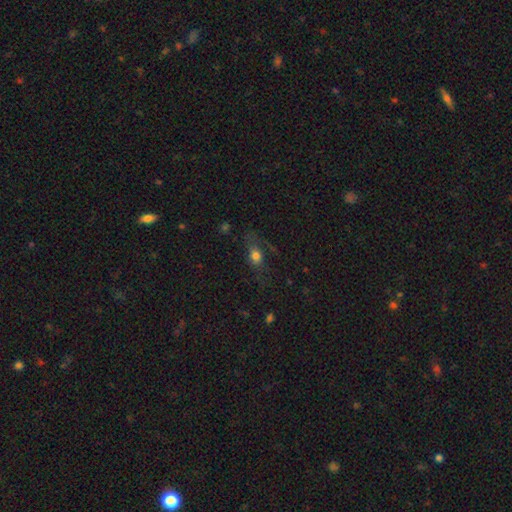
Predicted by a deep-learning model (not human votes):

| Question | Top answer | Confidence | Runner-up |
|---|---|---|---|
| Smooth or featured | smooth | 66% | featured or disk (18%) |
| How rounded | in between | 63% | round (29%) |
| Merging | none | 50% | major disturbance (25%) |